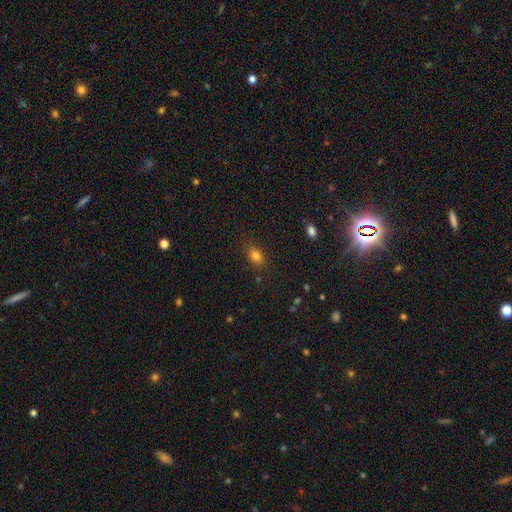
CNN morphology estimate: smooth-or-featured: smooth: 81% | star or artifact: 13% | featured or disk: 7%
  how-rounded: in between: 71% | round: 27% | cigar-shaped: 2%
  merging: none: 83% | minor disturbance: 12% | major disturbance: 3% | merger: 2%